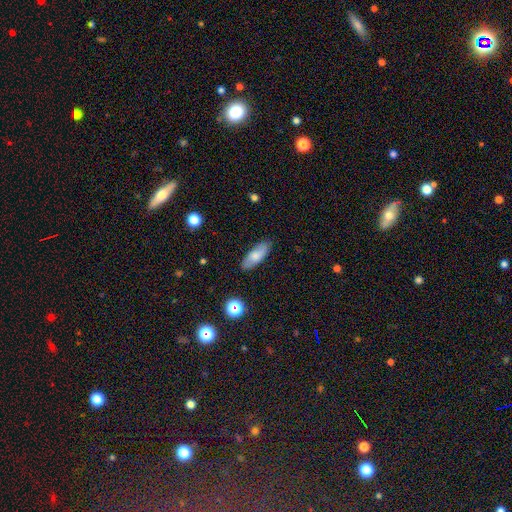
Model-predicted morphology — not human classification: A smooth galaxy with no disk features (77%) that is in between round and cigar-shaped (69%). Merging: none (86%).